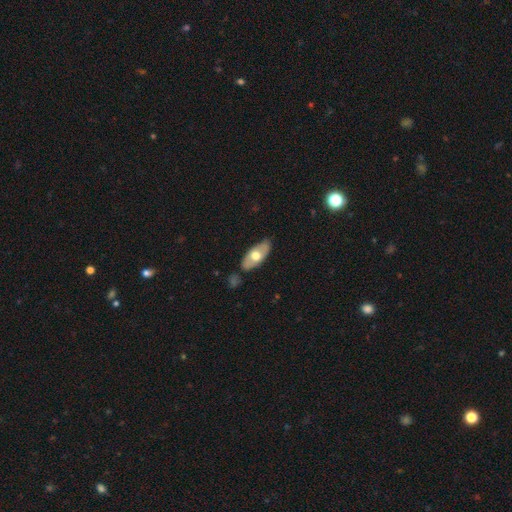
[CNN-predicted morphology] type=smooth (54%); roundness=in between (88%); merging=none (80%).